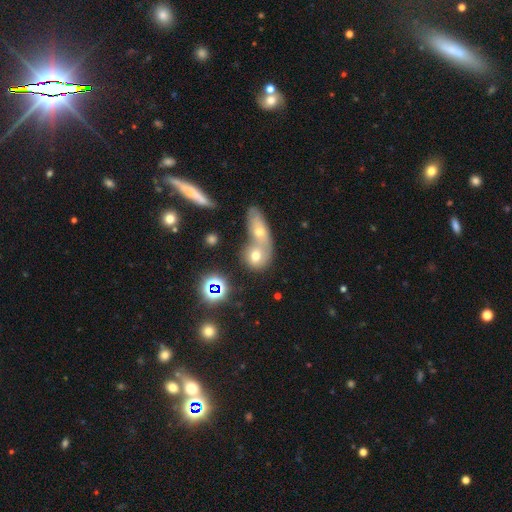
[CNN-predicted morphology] smooth_or_featured: smooth (p=0.61) [alt: featured or disk p=0.21]
how_rounded: round (p=0.57) [alt: in between p=0.39]
merging: merger (p=0.61) [alt: none p=0.28]